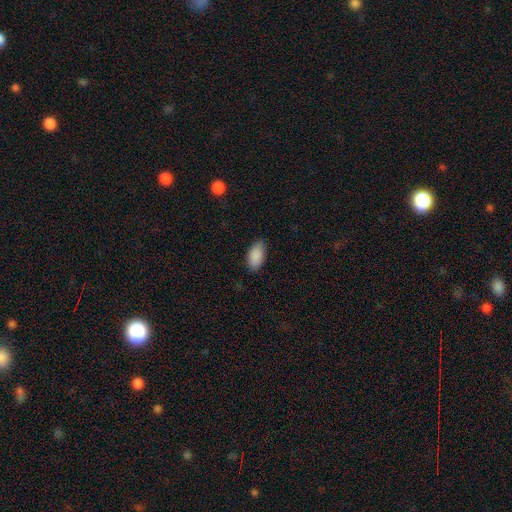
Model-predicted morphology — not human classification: smooth 90%, star or artifact 7%, featured or disk 4%. Down the decision tree: how rounded — in between (94%); merging — none (82%).